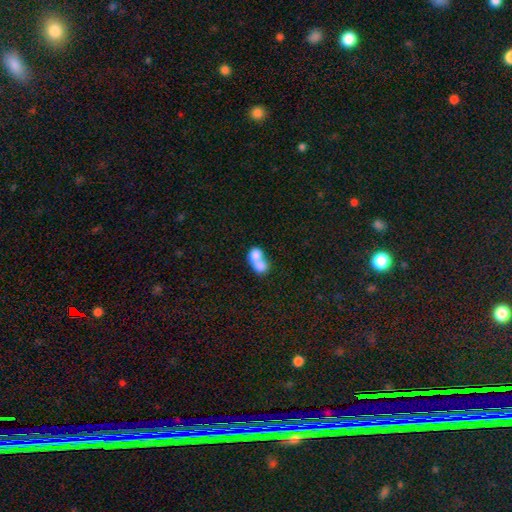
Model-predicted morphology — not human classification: Q: Smooth or featured?
A: smooth (73%); runner-up: featured or disk (19%)
Q: How rounded?
A: in between (62%); runner-up: round (37%)
Q: Merging?
A: merger (78%); runner-up: none (13%)